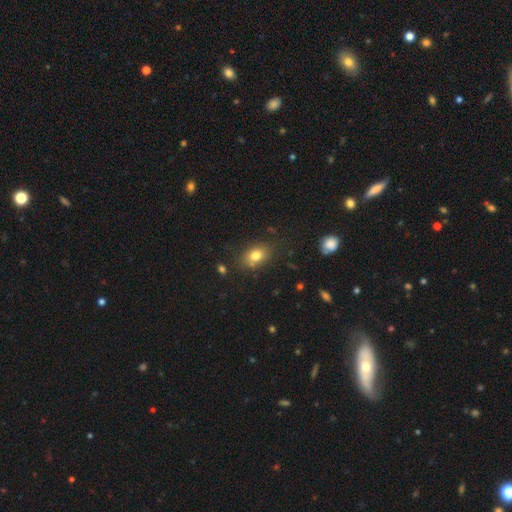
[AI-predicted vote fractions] A smooth galaxy with no disk features (78%) that is in between round and cigar-shaped (75%). Merging: none (77%).